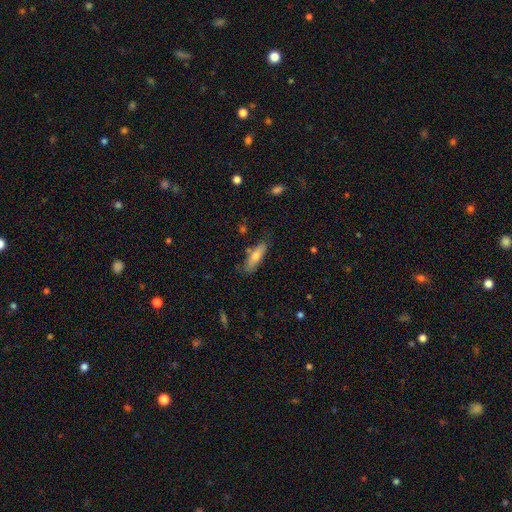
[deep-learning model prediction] Smooth or featured: smooth — 70% (featured or disk — 23%)
How rounded: cigar-shaped — 51% (in between — 47%)
Merging: none — 76% (minor disturbance — 17%)